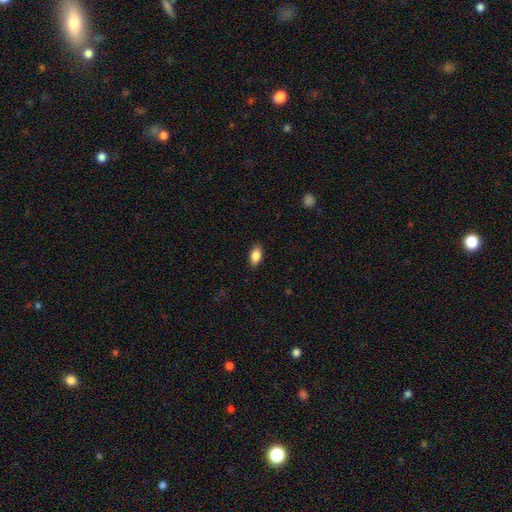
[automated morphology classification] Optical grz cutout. It shows a smooth galaxy with no disk features (86%) that is in between round and cigar-shaped (91%). Merging: none (87%).